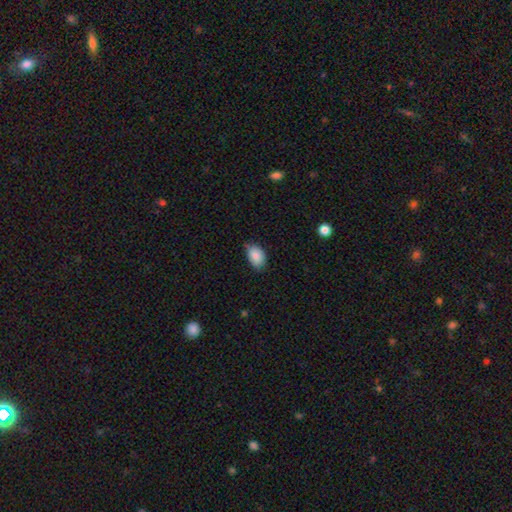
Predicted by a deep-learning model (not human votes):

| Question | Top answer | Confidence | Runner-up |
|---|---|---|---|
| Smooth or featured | smooth | 87% | star or artifact (7%) |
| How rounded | in between | 85% | round (13%) |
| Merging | none | 63% | minor disturbance (31%) |